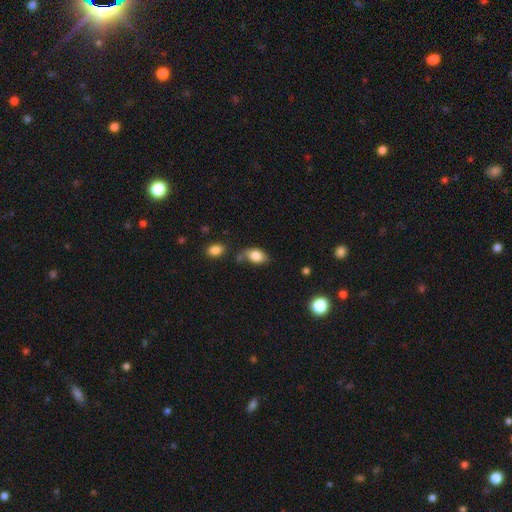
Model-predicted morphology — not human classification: Smooth or featured? smooth (82%)
How rounded? in between (89%)
Merging? none (55%)